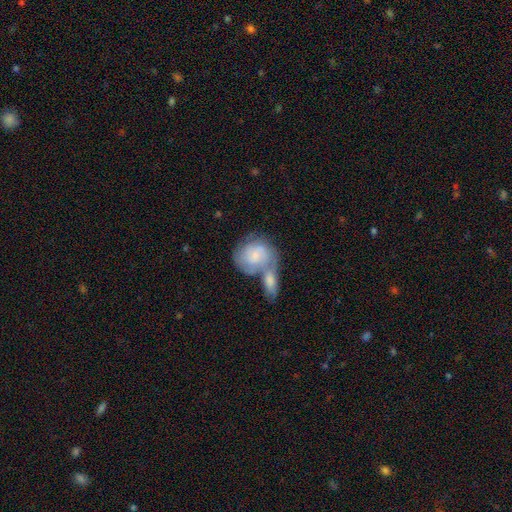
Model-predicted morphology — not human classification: This is possibly a smooth galaxy (54%). How rounded: likely round (65%). Merging: likely merger (61%).